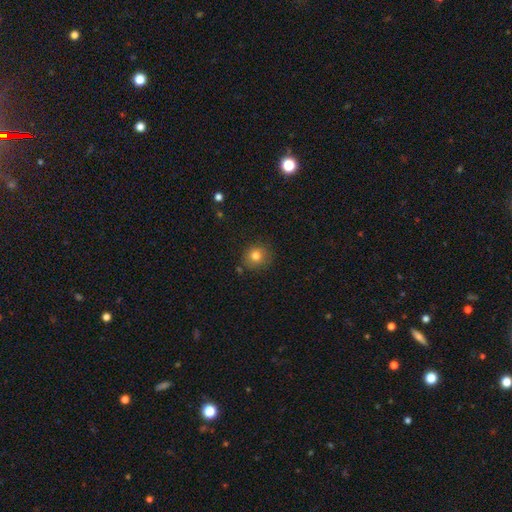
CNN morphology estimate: This is likely a smooth galaxy (79%). How rounded: clearly round (88%). Merging: clearly none (85%).